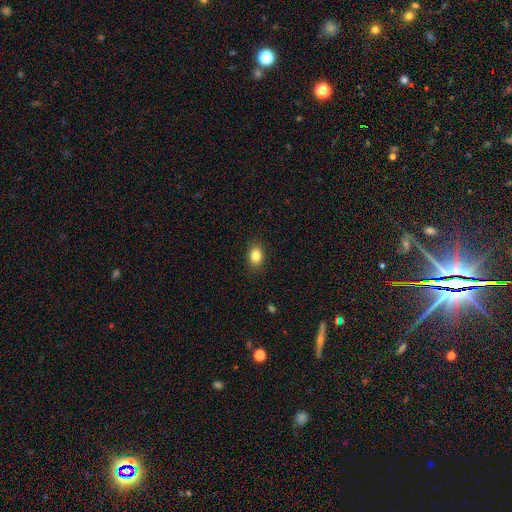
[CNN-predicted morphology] Smooth or featured: smooth — 84% (star or artifact — 9%)
How rounded: in between — 75% (round — 23%)
Merging: none — 89% (minor disturbance — 8%)